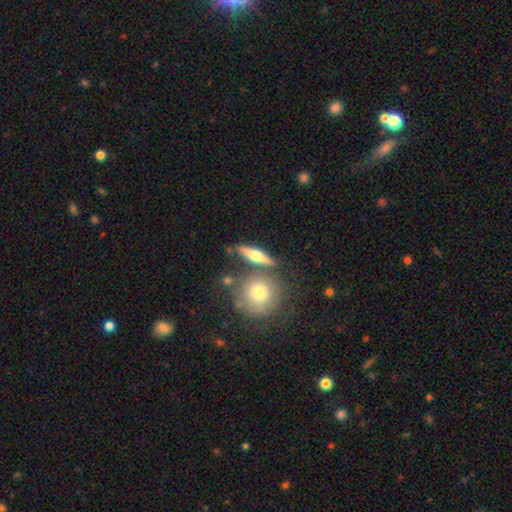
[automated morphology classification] A featured or disk galaxy (52%) viewed edge-on (88%).

Vote fractions:
- Smooth or featured? featured or disk: 52% / smooth: 40% / star or artifact: 8%
- Edge-on disk? yes: 88% / no: 12%
- Merging? none: 76% / minor disturbance: 10% / merger: 10% / major disturbance: 4%